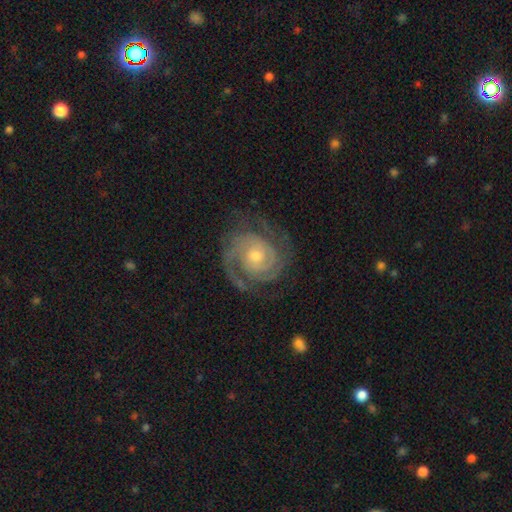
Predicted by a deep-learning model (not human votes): This appears to be a featured or disk galaxy (91%) with no bar (71%), 2 (62%) tight (70%) spiral arms (98%) and a moderate central bulge (49%). Merging: none (76%).